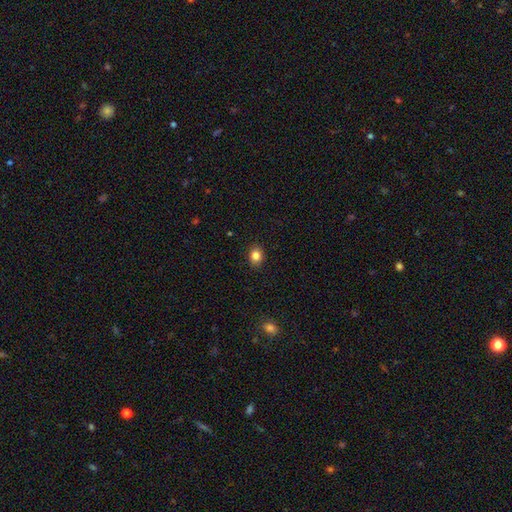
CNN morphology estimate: Overall: smooth (84%). How rounded: in between (51%; round 48%). Merging: none (90%).